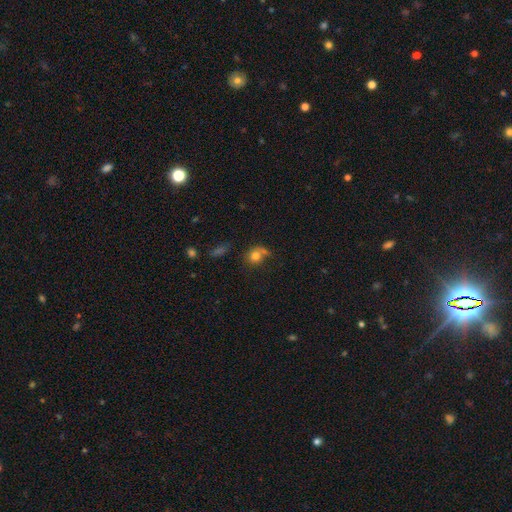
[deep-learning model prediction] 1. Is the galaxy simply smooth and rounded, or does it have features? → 75% smooth, 13% featured or disk, 11% star or artifact.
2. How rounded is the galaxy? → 74% round, 24% in between, 1% cigar-shaped.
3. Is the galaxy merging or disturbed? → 47% none, 21% minor disturbance, 18% major disturbance, 13% merger.